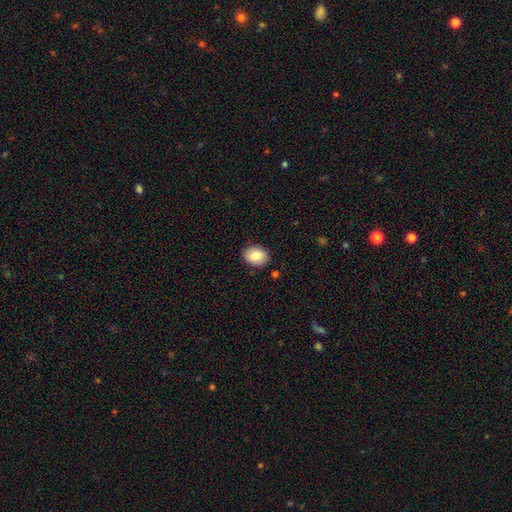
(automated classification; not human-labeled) smooth-or-featured: smooth: 84% | featured or disk: 8% | star or artifact: 7%
  how-rounded: in between: 65% | round: 34% | cigar-shaped: 1%
  merging: none: 87% | minor disturbance: 9% | major disturbance: 2% | merger: 2%